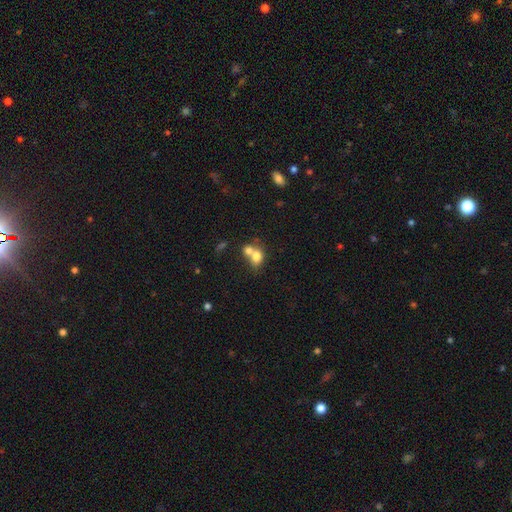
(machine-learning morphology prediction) Smooth or featured: smooth — 73% (featured or disk — 16%)
How rounded: in between — 51% (round — 48%)
Merging: merger — 61% (none — 27%)